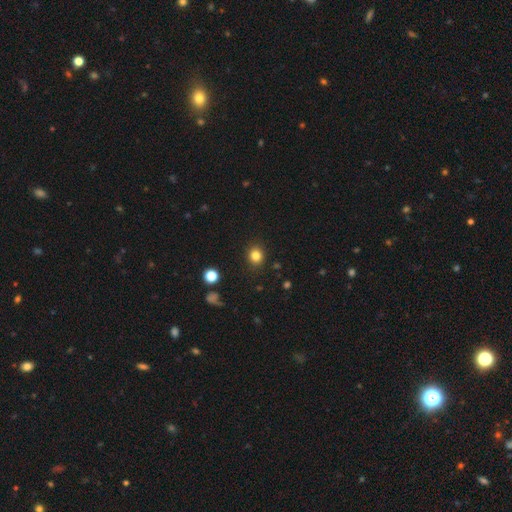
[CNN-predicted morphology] A smooth galaxy with no disk features (83%) that is round (80%). Merging: none (89%).